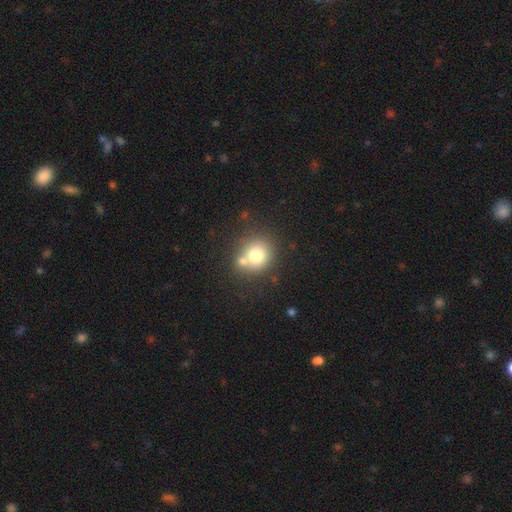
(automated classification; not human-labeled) smooth 73%, featured or disk 15%, star or artifact 12%. Down the decision tree: how rounded — round (84%); merging — none (56%).